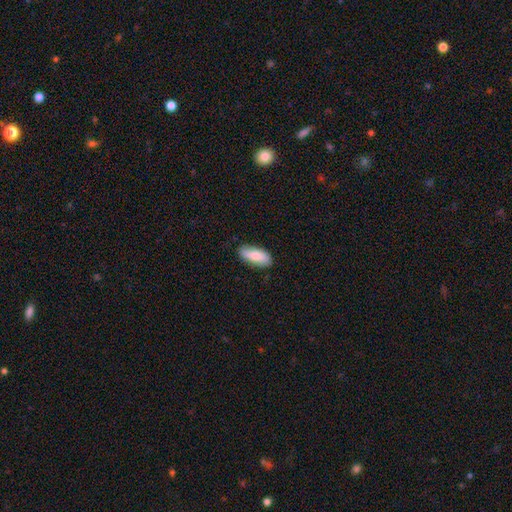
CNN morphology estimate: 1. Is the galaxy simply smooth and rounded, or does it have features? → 77% smooth, 17% featured or disk, 6% star or artifact.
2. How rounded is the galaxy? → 77% in between, 20% cigar-shaped, 2% round.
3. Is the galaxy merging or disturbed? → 84% none, 13% minor disturbance, 2% major disturbance, 1% merger.